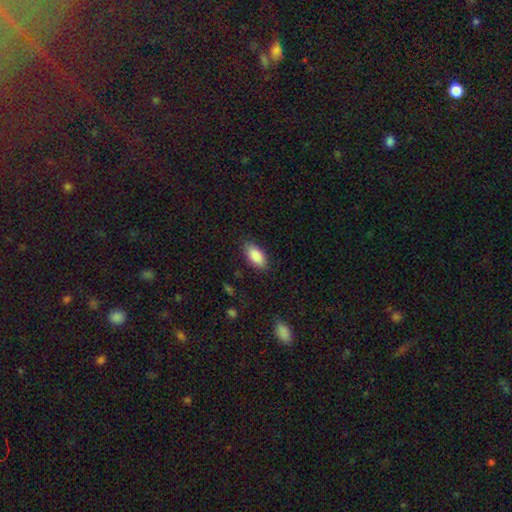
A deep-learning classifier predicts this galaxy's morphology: This appears to be a smooth galaxy with no disk features (88%) that is in between round and cigar-shaped (90%). Merging: none (85%).